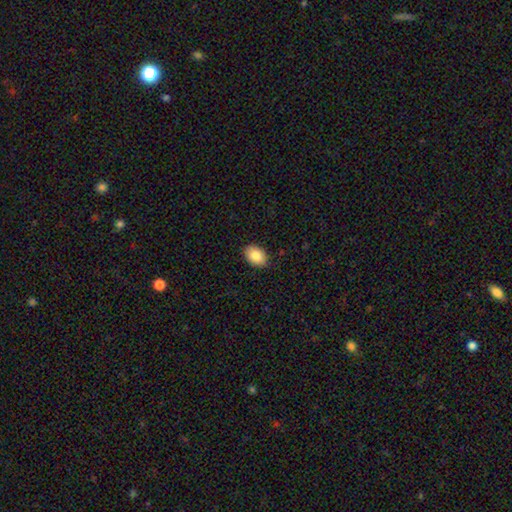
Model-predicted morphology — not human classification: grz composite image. It shows a smooth galaxy with no disk features (86%) that is in between round and cigar-shaped (87%). Merging: none (88%).